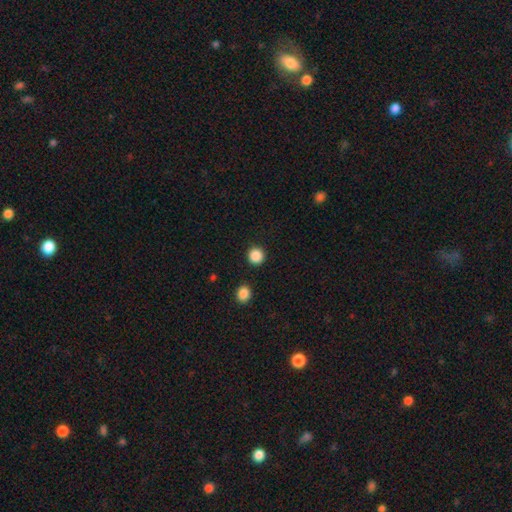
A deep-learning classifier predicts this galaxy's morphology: smooth-or-featured: smooth: 88% | star or artifact: 10% | featured or disk: 3%
  how-rounded: round: 94% | in between: 5% | cigar-shaped: 1%
  merging: none: 91% | minor disturbance: 5% | merger: 2% | major disturbance: 2%